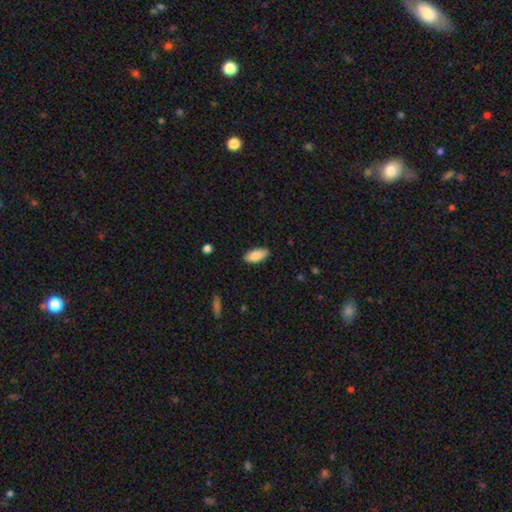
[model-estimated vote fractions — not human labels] Morphology: type=smooth (86%); roundness=in between (89%); merging=none (87%).